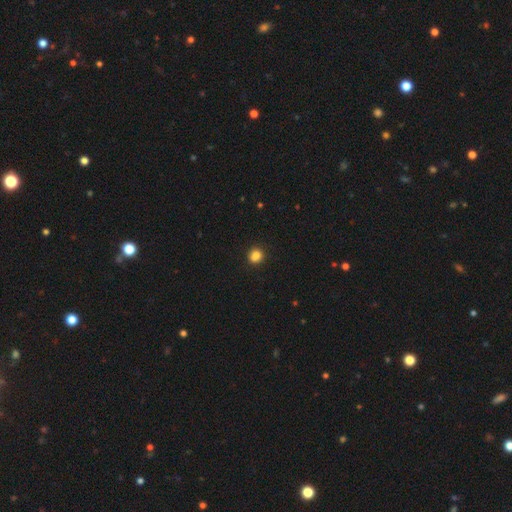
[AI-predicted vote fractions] The model was most divided on "how rounded": round: 81%, in between: 18%, cigar-shaped: 1%. More confident: merging — none (85%); smooth or featured — smooth (85%).